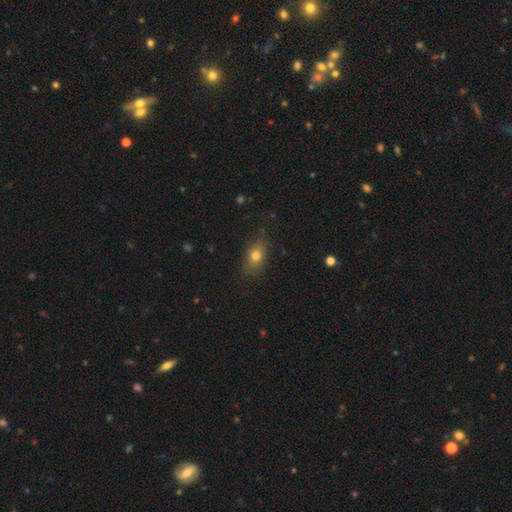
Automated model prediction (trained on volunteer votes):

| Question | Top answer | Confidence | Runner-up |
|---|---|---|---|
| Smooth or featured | smooth | 76% | featured or disk (13%) |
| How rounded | in between | 74% | round (21%) |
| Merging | none | 79% | minor disturbance (15%) |